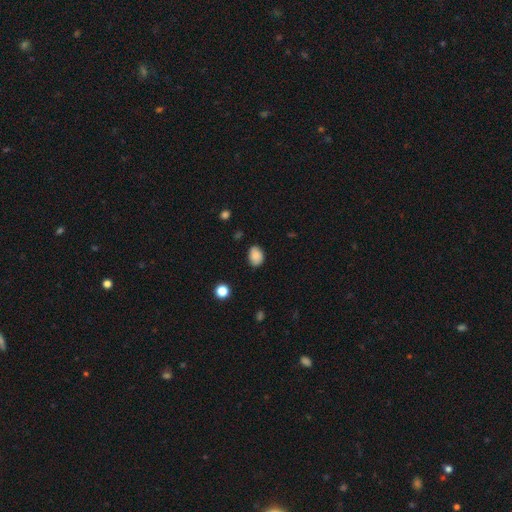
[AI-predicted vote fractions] Morphology: type=smooth (86%); roundness=in between (67%); merging=none (78%).